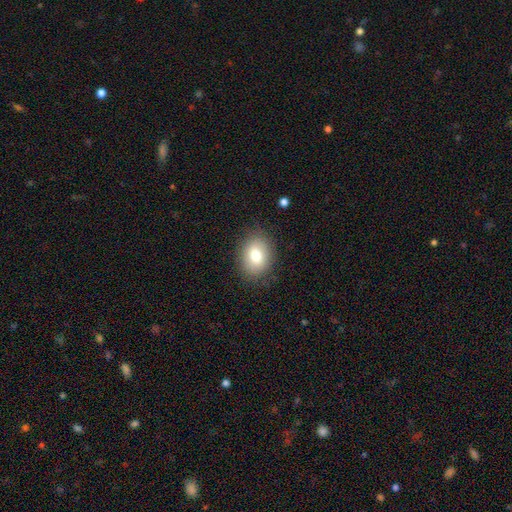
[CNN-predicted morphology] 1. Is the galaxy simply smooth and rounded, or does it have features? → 76% smooth, 14% featured or disk, 10% star or artifact.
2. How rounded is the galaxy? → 61% in between, 38% round, 1% cigar-shaped.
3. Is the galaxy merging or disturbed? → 85% none, 11% minor disturbance, 3% major disturbance, 1% merger.